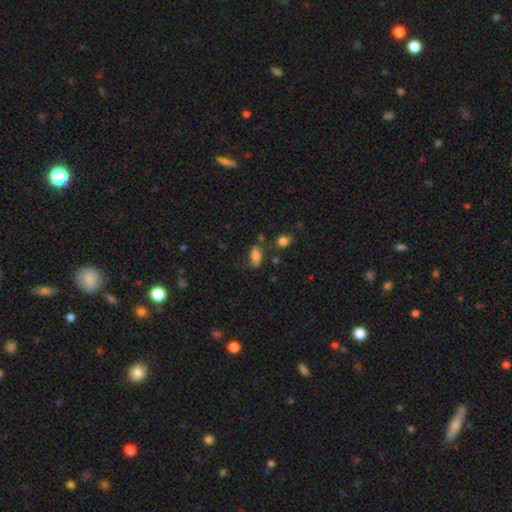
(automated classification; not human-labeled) Q: Smooth or featured?
A: smooth (77%); runner-up: featured or disk (13%)
Q: How rounded?
A: in between (87%); runner-up: cigar-shaped (8%)
Q: Merging?
A: none (60%); runner-up: minor disturbance (24%)